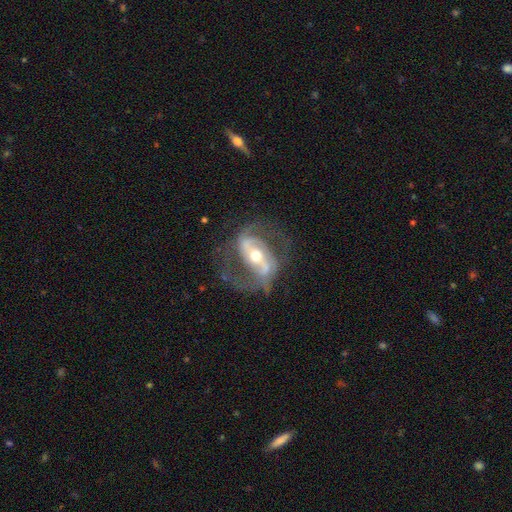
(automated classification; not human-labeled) A featured or disk galaxy (87%) with a strong bar (51%), 2 (86%) medium (51%) spiral arms (92%) and a moderate central bulge (66%). Merging: none (62%).